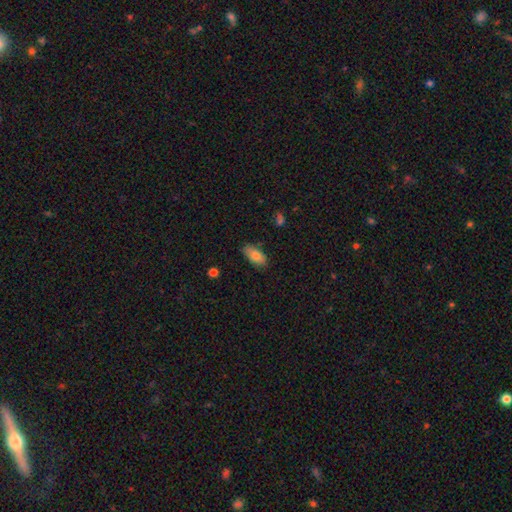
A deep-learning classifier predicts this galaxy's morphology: Smooth or featured? smooth (81%)
How rounded? in between (90%)
Merging? none (79%)